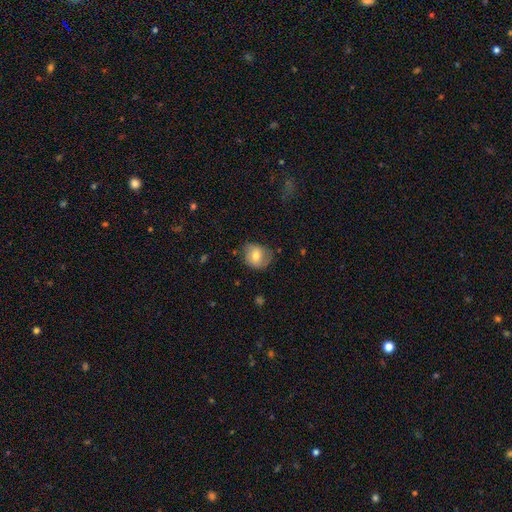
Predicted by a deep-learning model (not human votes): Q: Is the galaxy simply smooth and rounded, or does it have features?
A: smooth — 71%.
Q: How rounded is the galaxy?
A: round — 70%.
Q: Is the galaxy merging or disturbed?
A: none — 66%.